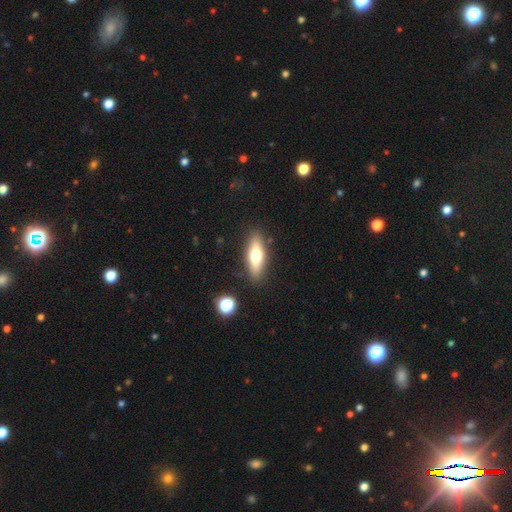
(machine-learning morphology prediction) Q: Smooth or featured?
A: smooth (60%); runner-up: featured or disk (33%)
Q: How rounded?
A: in between (52%); runner-up: cigar-shaped (45%)
Q: Merging?
A: none (86%); runner-up: minor disturbance (10%)